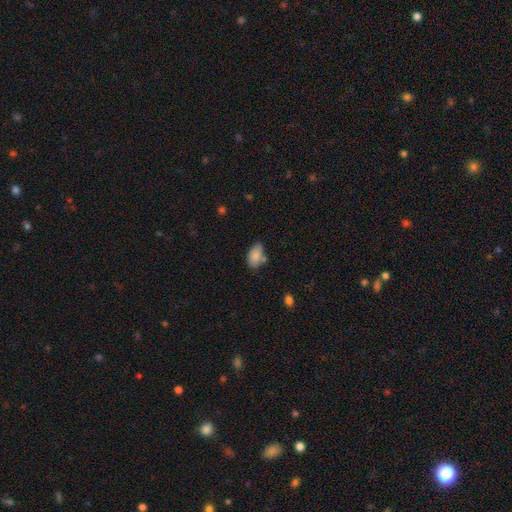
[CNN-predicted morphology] Smooth or featured? Predicted: smooth (p=0.85). How rounded? Predicted: in between (p=0.90). Merging? Predicted: none (p=0.62).